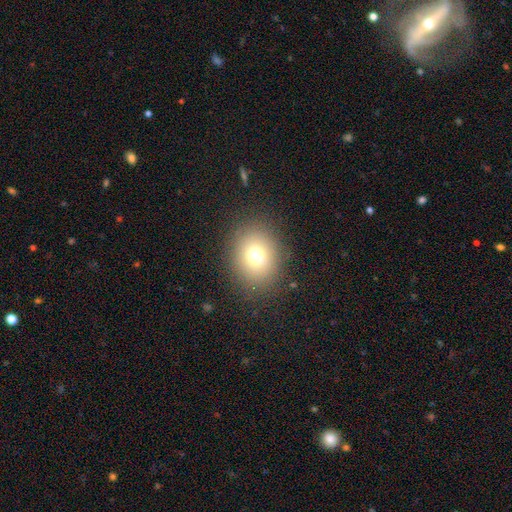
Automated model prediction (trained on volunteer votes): A smooth galaxy with no disk features (73%) that is round (61%).

Vote fractions:
- Smooth or featured? smooth: 73% / star or artifact: 16% / featured or disk: 11%
- How rounded? round: 61% / in between: 38% / cigar-shaped: 1%
- Merging? none: 86% / minor disturbance: 8% / major disturbance: 4% / merger: 1%